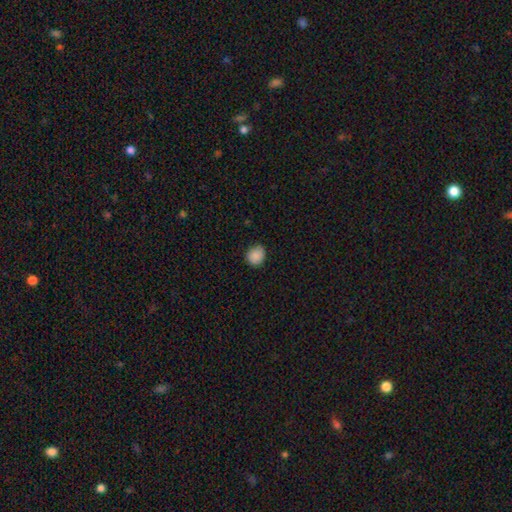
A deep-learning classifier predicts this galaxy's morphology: Smooth or featured? smooth (88%)
How rounded? round (77%)
Merging? none (83%)